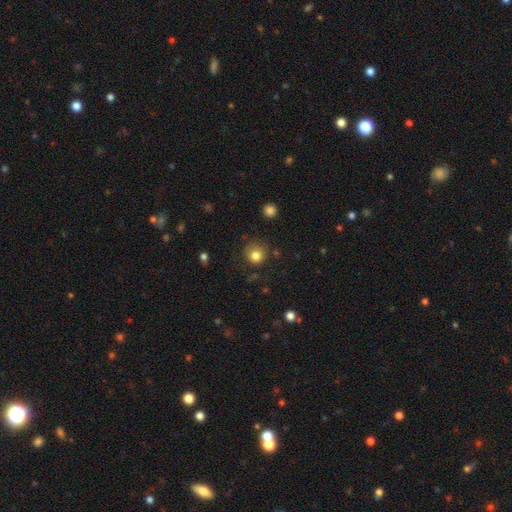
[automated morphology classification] A smooth galaxy with no disk features (81%) that is round (89%). Merging: none (72%).